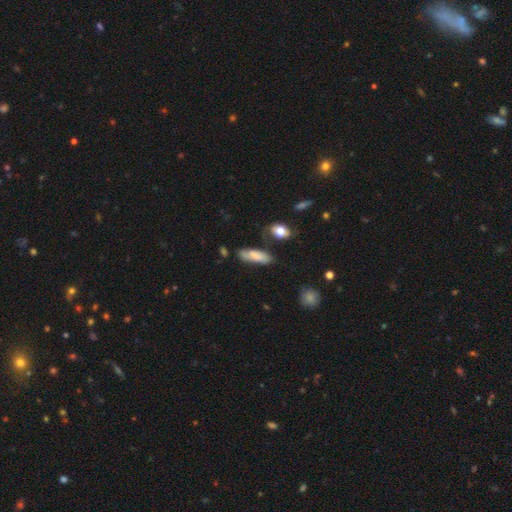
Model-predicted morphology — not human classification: Smooth or featured? Predicted: smooth (p=0.71). How rounded? Predicted: in between (p=0.58). Merging? Predicted: none (p=0.62).